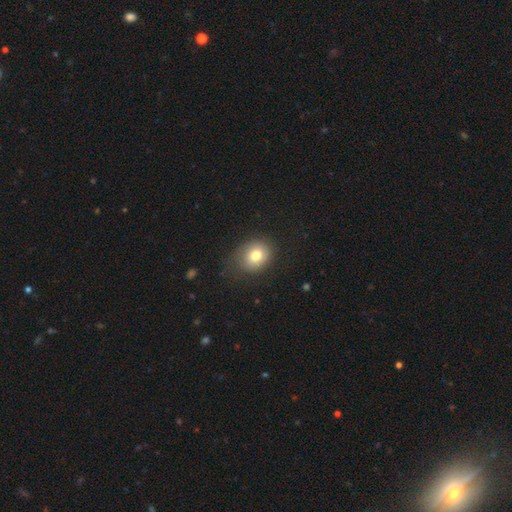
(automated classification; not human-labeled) Morphology: type=smooth (76%); roundness=round (60%); merging=none (70%).